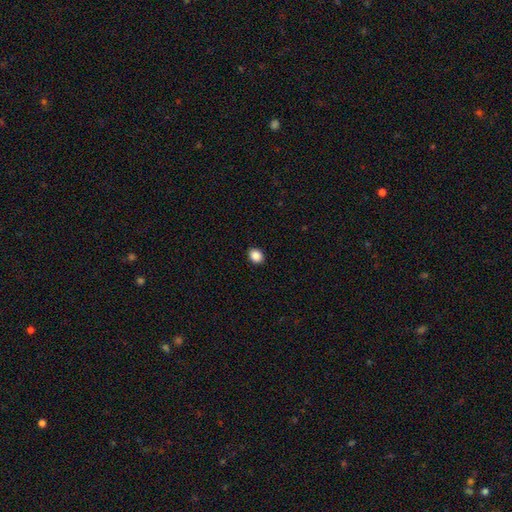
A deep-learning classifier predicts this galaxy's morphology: Overall: smooth (88%). How rounded: in between (50%, tied with round). Merging: none (92%).